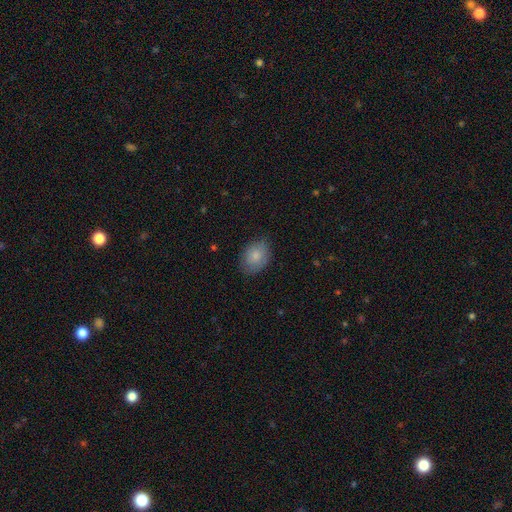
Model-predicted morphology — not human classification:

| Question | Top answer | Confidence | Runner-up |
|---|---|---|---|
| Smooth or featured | smooth | 82% | featured or disk (11%) |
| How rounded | in between | 75% | round (24%) |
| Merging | none | 74% | minor disturbance (21%) |